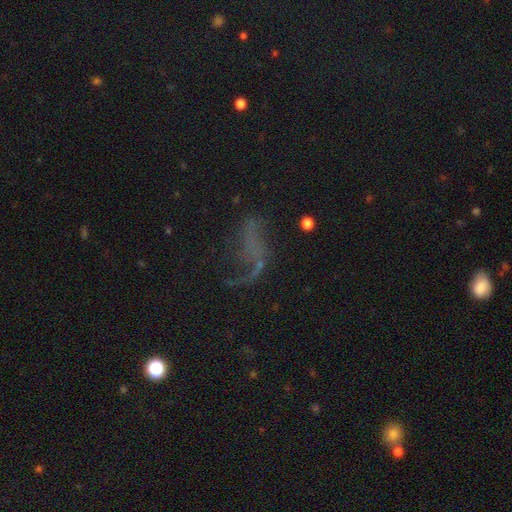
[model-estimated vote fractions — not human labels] smooth-or-featured: featured or disk: 57% | star or artifact: 22% | smooth: 21%
  disk-edge-on: no: 94% | yes: 6%
    bar: no: 74% | weak: 18% | strong: 8%
    has-spiral-arms: yes: 56% | no: 44%
    bulge-size: none: 77% | small: 16% | moderate: 4% | large: 2% | dominant: 1%
  merging: none: 40% | major disturbance: 38% | minor disturbance: 15% | merger: 6%